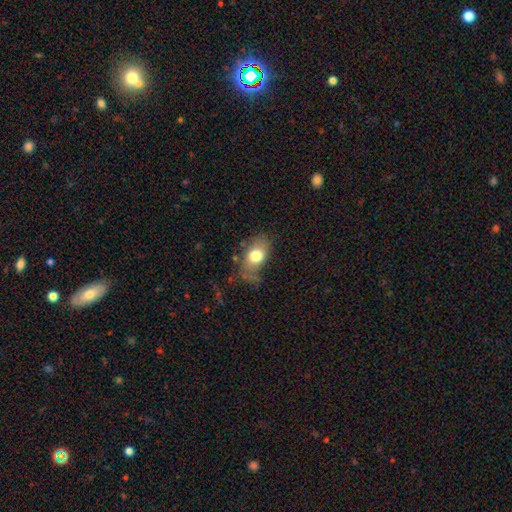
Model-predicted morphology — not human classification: Smooth or featured?
  - smooth: 73% *
  - featured or disk: 19%
  - star or artifact: 8%
How rounded?
  - in between: 82% *
  - round: 16%
  - cigar-shaped: 2%
Merging?
  - none: 54% *
  - minor disturbance: 29%
  - major disturbance: 14%
  - merger: 3%